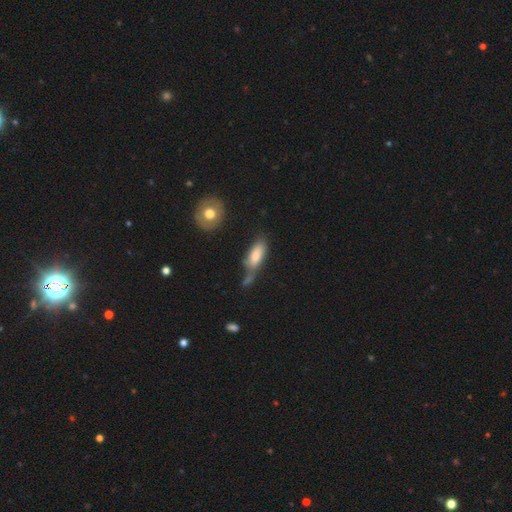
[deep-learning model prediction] smooth-or-featured: smooth: 76% | featured or disk: 17% | star or artifact: 7%
  how-rounded: in between: 78% | cigar-shaped: 20% | round: 3%
  merging: none: 38% | minor disturbance: 28% | merger: 20% | major disturbance: 14%